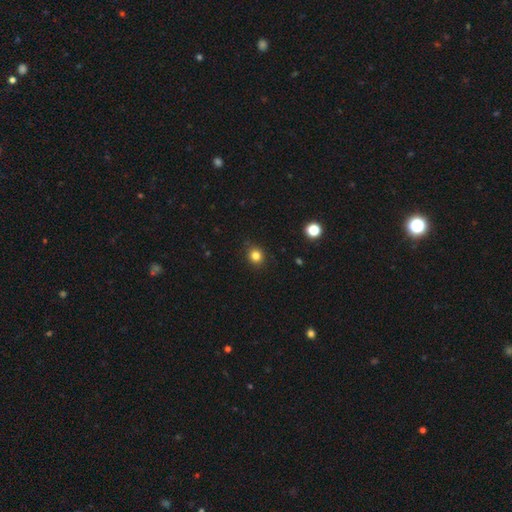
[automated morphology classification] Smooth or featured? Predicted: smooth (p=0.83). How rounded? Predicted: round (p=0.85). Merging? Predicted: none (p=0.88).